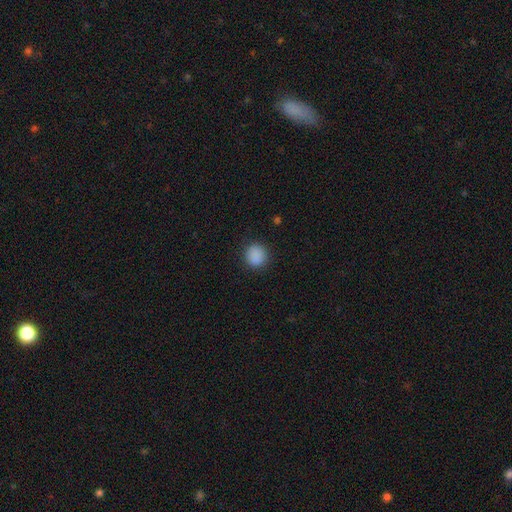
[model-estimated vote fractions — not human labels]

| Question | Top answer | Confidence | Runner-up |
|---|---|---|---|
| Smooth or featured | smooth | 88% | star or artifact (9%) |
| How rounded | round | 90% | in between (9%) |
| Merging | none | 89% | minor disturbance (7%) |